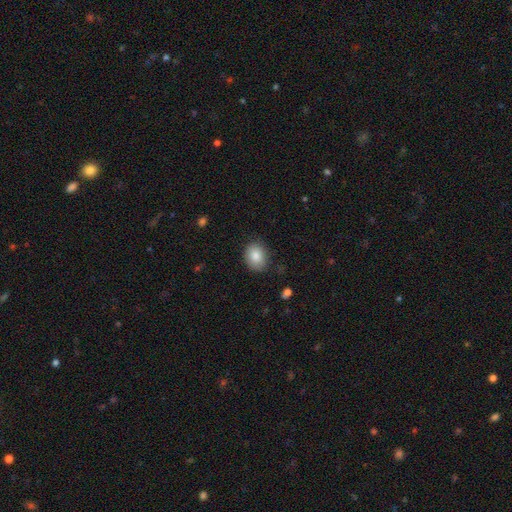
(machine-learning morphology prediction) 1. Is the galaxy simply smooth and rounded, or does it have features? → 85% smooth, 8% star or artifact, 7% featured or disk.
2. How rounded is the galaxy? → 59% in between, 40% round, 1% cigar-shaped.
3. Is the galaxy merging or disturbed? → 82% none, 14% minor disturbance, 3% major disturbance, 1% merger.